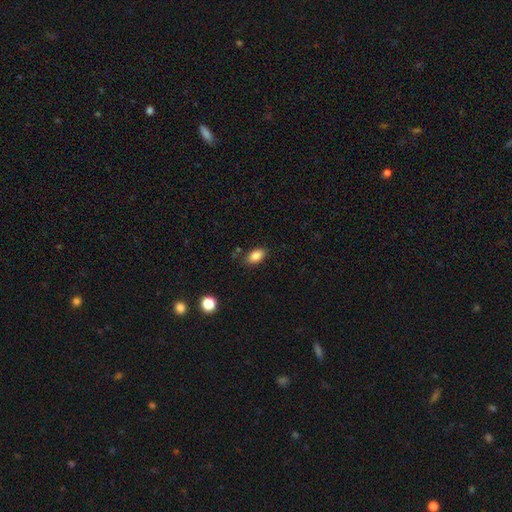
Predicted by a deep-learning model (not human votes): Morphology: type=smooth (86%); roundness=in between (90%); merging=none (81%).